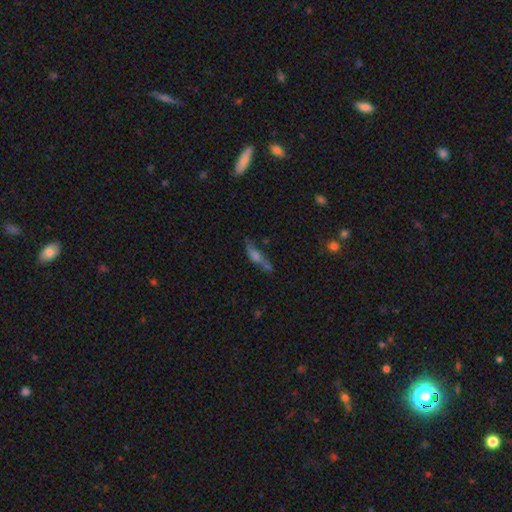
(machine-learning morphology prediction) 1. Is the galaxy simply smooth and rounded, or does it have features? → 47% featured or disk, 38% smooth, 15% star or artifact.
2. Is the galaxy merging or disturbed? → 56% none, 21% minor disturbance, 13% merger, 11% major disturbance.